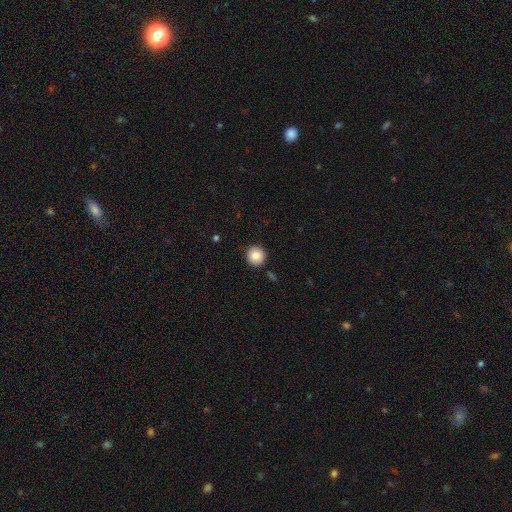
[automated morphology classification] Smooth or featured? Predicted: smooth (p=0.86). How rounded? Predicted: round (p=0.95). Merging? Predicted: none (p=0.91).